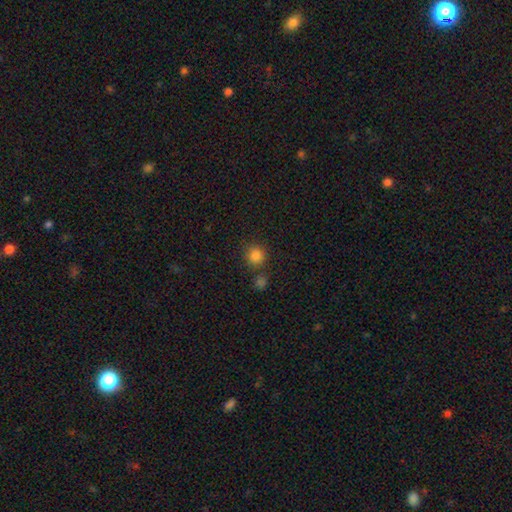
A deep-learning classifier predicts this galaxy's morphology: Smooth or featured? smooth (82%)
How rounded? round (92%)
Merging? none (77%)